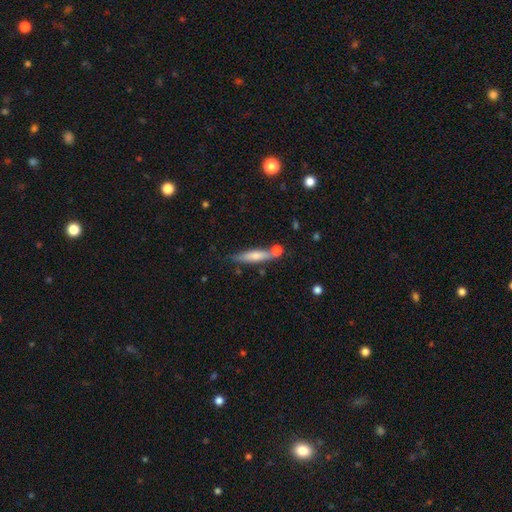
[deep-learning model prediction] This is likely a smooth galaxy (62%). How rounded: clearly cigar-shaped (83%). Merging: likely none (64%).